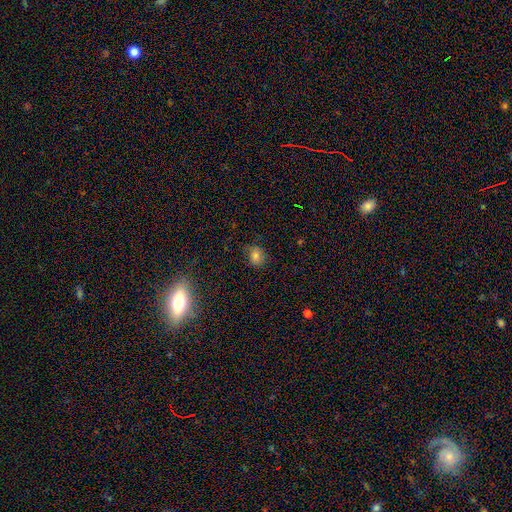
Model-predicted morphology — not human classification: Smooth or featured? smooth (77%)
How rounded? round (58%)
Merging? none (76%)